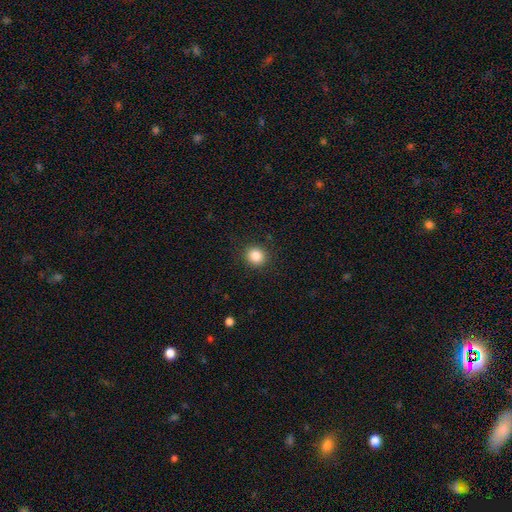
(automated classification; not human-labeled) smooth_or_featured: smooth (p=0.86) [alt: star or artifact p=0.10]
how_rounded: round (p=0.86) [alt: in between p=0.13]
merging: none (p=0.90) [alt: minor disturbance p=0.06]